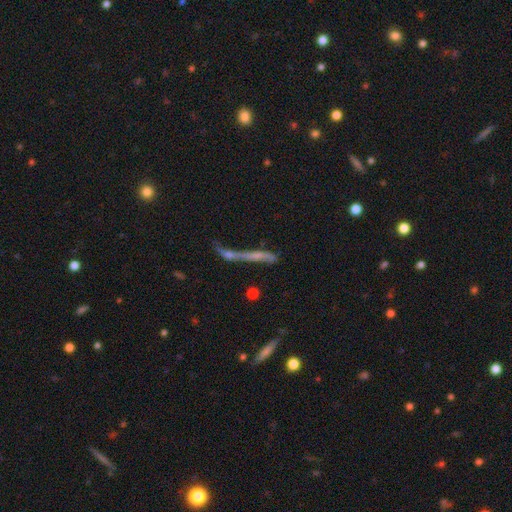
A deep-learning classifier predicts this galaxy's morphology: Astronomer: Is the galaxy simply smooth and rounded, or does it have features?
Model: featured or disk — 48% (runner-up: smooth, 36%).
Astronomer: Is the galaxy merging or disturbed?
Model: merger — 39% (runner-up: none, 28%).